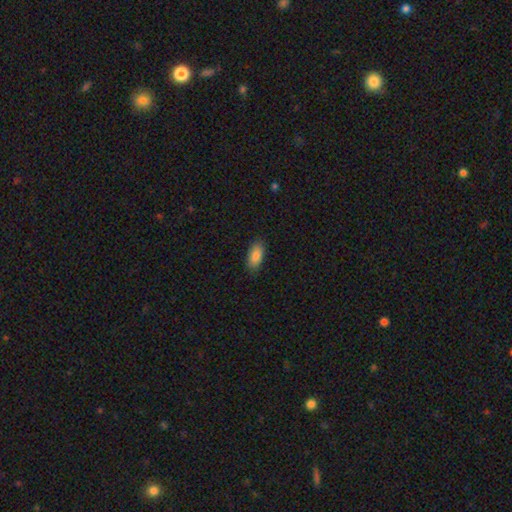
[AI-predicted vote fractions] Smooth or featured: smooth — 87% (star or artifact — 7%)
How rounded: in between — 90% (cigar-shaped — 8%)
Merging: none — 86% (minor disturbance — 10%)